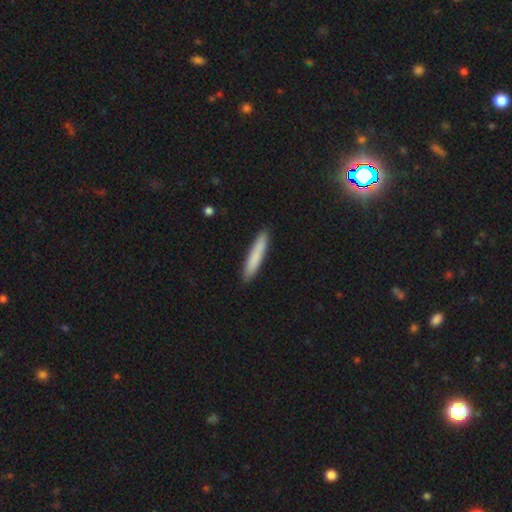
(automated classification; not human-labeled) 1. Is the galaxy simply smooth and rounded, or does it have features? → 82% smooth, 12% featured or disk, 6% star or artifact.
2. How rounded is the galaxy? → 92% cigar-shaped, 7% in between, 1% round.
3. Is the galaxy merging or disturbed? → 90% none, 7% minor disturbance, 1% major disturbance, 1% merger.